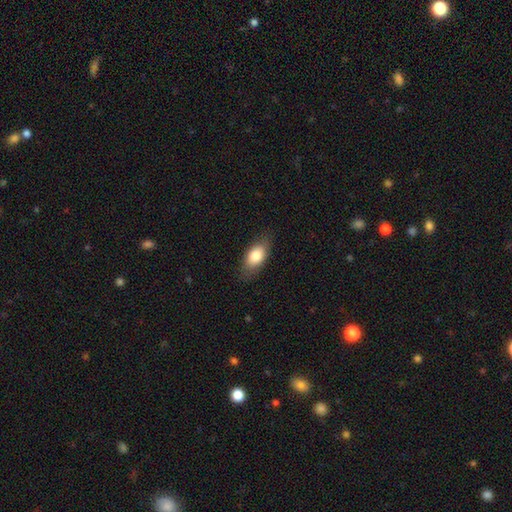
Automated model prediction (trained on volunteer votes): smooth_or_featured: smooth (p=0.80) [alt: featured or disk p=0.14]
how_rounded: in between (p=0.87) [alt: cigar-shaped p=0.07]
merging: none (p=0.81) [alt: minor disturbance p=0.15]